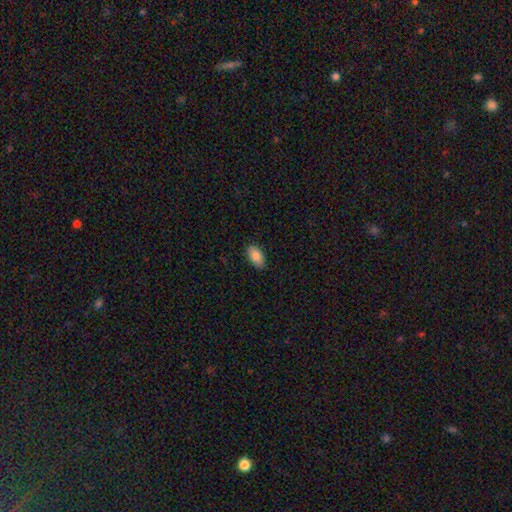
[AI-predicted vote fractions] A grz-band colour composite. It shows a smooth galaxy with no disk features (86%) that is in between round and cigar-shaped (94%). Merging: none (87%).